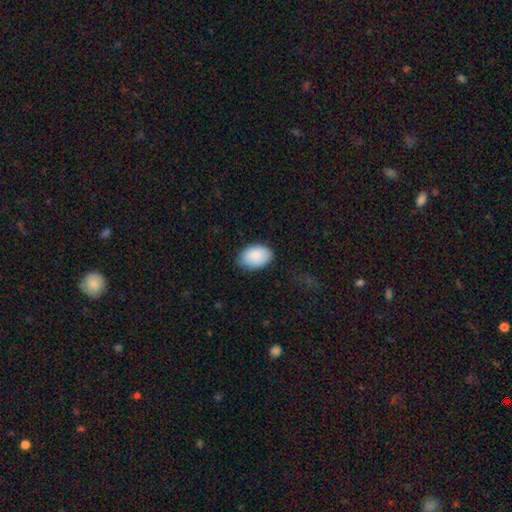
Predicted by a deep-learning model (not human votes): Morphology: type=smooth (89%); roundness=in between (90%); merging=none (79%).